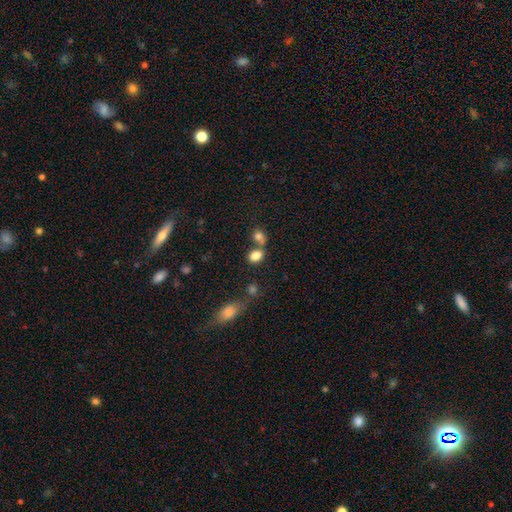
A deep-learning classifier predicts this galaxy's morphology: This appears to be a smooth galaxy with no disk features (81%) that is in between round and cigar-shaped (71%). Merging: none (45%).